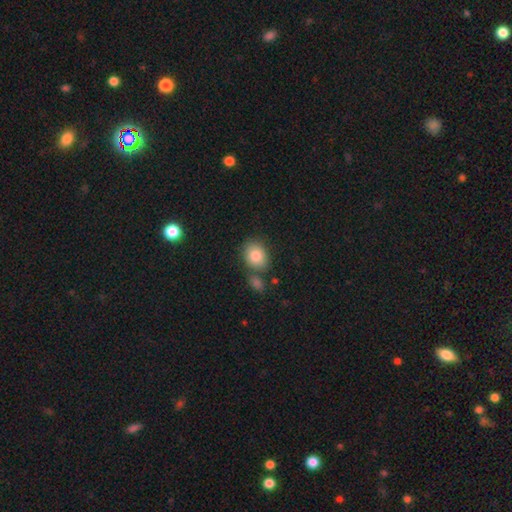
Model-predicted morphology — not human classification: The model was most divided on "how rounded": round: 52%, in between: 47%, cigar-shaped: 1%. More confident: smooth or featured — smooth (83%); merging — none (70%).